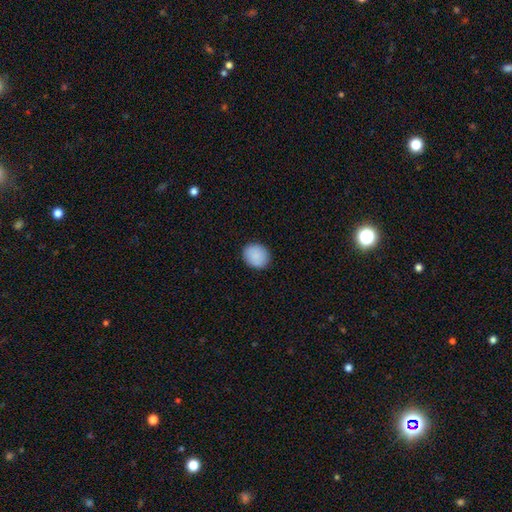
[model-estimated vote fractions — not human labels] Smooth or featured?
  - smooth: 89% *
  - star or artifact: 7%
  - featured or disk: 4%
How rounded?
  - round: 69% *
  - in between: 30%
  - cigar-shaped: 1%
Merging?
  - none: 90% *
  - minor disturbance: 7%
  - major disturbance: 2%
  - merger: 1%